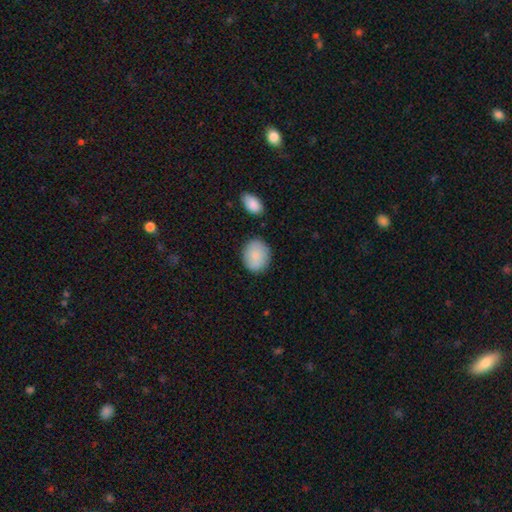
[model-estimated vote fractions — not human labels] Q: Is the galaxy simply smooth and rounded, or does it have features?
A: smooth — 87%.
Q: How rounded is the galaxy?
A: round — 58%.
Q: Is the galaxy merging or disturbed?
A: none — 82%.